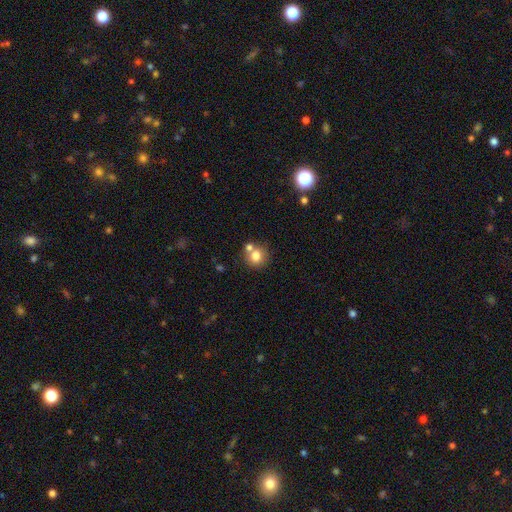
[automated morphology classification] smooth_or_featured: smooth (p=0.77) [alt: featured or disk p=0.12]
how_rounded: round (p=0.85) [alt: in between p=0.14]
merging: none (p=0.60) [alt: merger p=0.27]